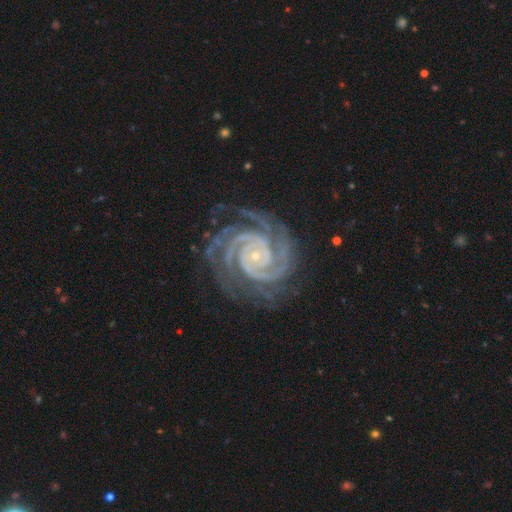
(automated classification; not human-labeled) This appears to be a featured or disk galaxy (93%) with no bar (71%), 2 (32%) tight (82%) spiral arms (99%) and a small central bulge (86%). Merging: none (77%).